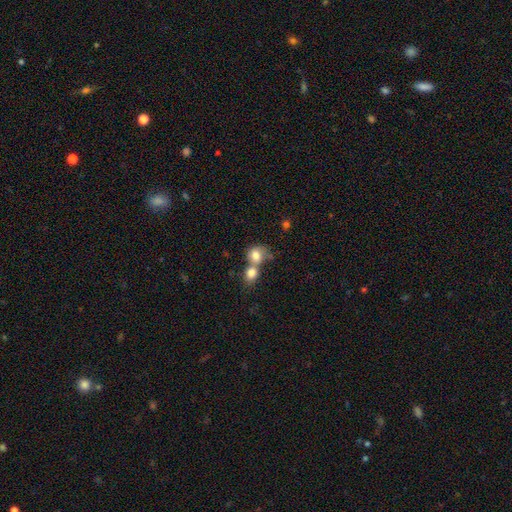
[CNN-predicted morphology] The model was most divided on "how rounded": round: 65%, in between: 34%, cigar-shaped: 1%. More confident: smooth or featured — smooth (80%); merging — merger (63%).